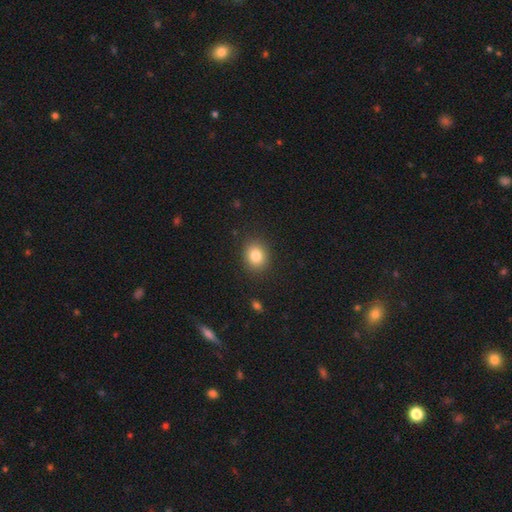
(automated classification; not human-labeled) This is clearly a smooth galaxy (82%). How rounded: likely round (68%). Merging: clearly none (88%).